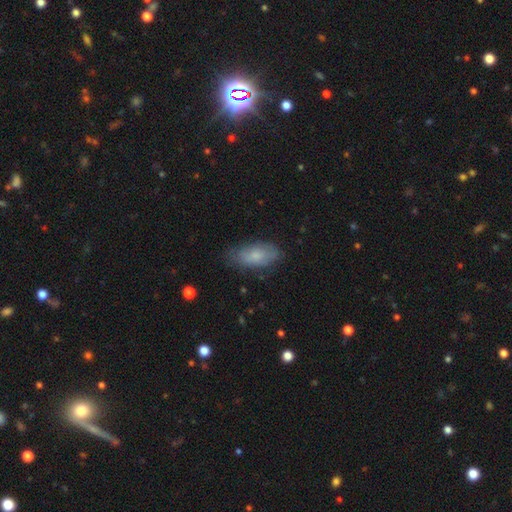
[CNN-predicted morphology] Smooth or featured? Predicted: smooth (p=0.73). How rounded? Predicted: in between (p=0.87). Merging? Predicted: none (p=0.73).